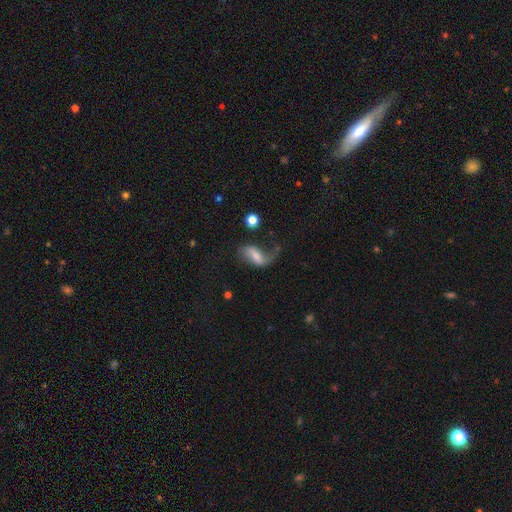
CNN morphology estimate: featured or disk 57%, smooth 34%, star or artifact 9%. Down the decision tree: edge-on disk — no (93%); bar — weak (39%); spiral arms — yes (81%); bulge size — small (40%); merging — major disturbance (38%).